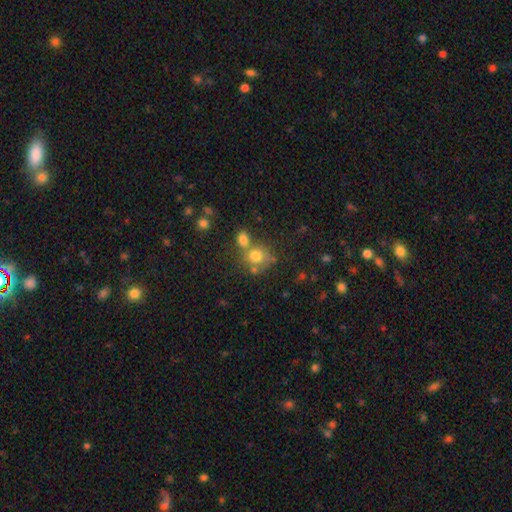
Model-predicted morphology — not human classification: smooth 74%, star or artifact 13%, featured or disk 13%. Down the decision tree: how rounded — round (73%); merging — none (43%).